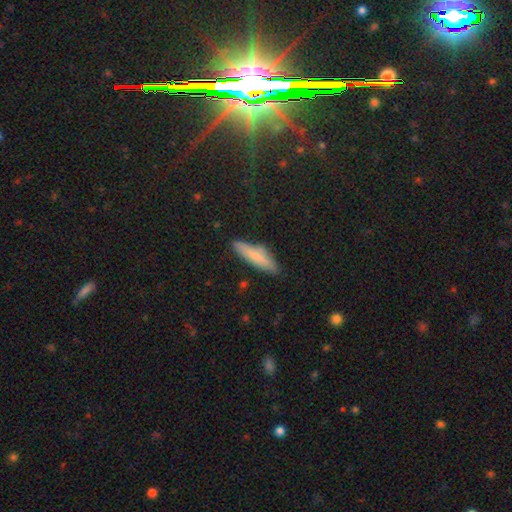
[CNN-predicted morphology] This is likely a smooth galaxy (73%). How rounded: likely cigar-shaped (72%). Merging: clearly none (82%).